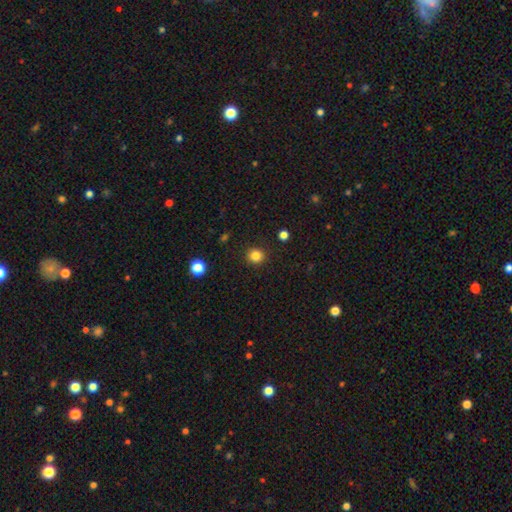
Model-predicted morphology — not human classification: smooth-or-featured: smooth: 84% | star or artifact: 12% | featured or disk: 4%
  how-rounded: round: 93% | in between: 6% | cigar-shaped: 1%
  merging: none: 92% | minor disturbance: 5% | major disturbance: 2% | merger: 1%